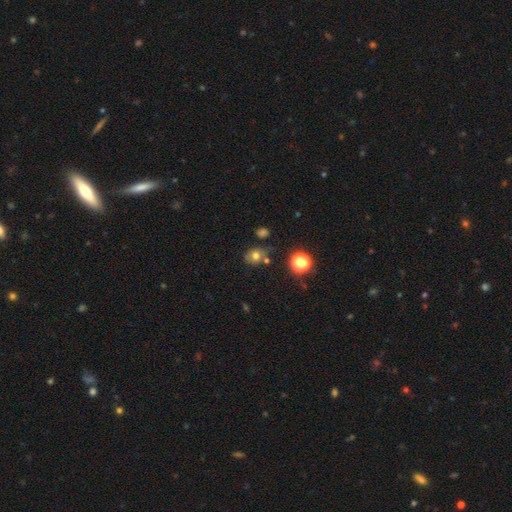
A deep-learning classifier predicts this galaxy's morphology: Smooth or featured: smooth — 66% (star or artifact — 19%)
How rounded: round — 61% (in between — 38%)
Merging: none — 61% (minor disturbance — 20%)